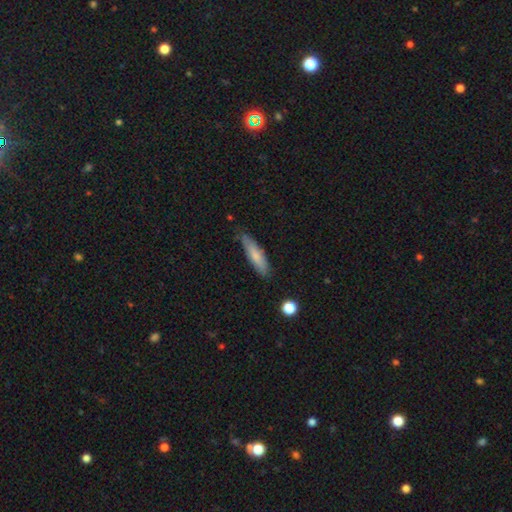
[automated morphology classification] Smooth or featured? Predicted: smooth (p=0.74). How rounded? Predicted: cigar-shaped (p=0.71). Merging? Predicted: none (p=0.77).